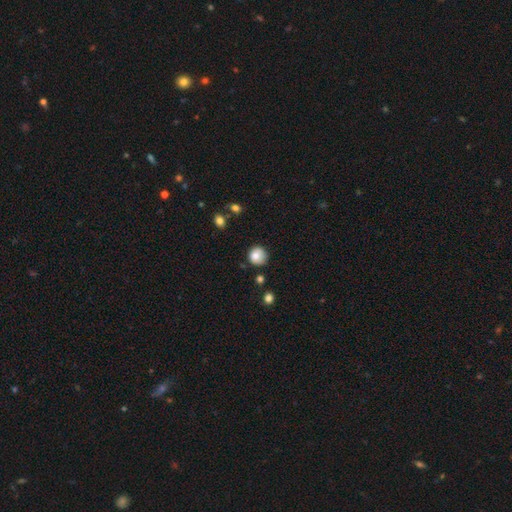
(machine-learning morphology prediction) Overall: smooth (78%). How rounded: round (91%). Merging: none (80%).